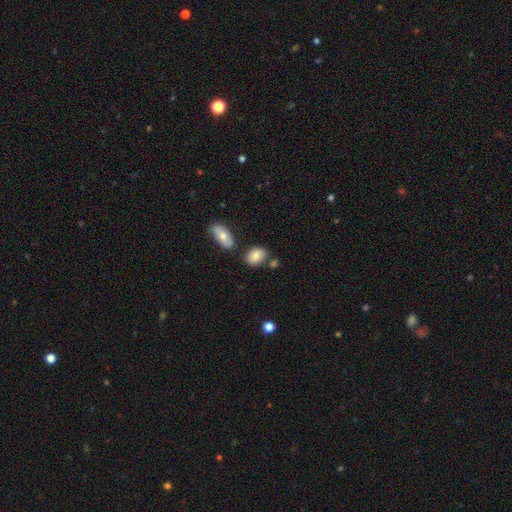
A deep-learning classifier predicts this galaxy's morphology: A smooth galaxy with no disk features (82%) that is in between round and cigar-shaped (73%).

Vote fractions:
- Smooth or featured? smooth: 82% / featured or disk: 10% / star or artifact: 8%
- How rounded? in between: 73% / round: 25% / cigar-shaped: 2%
- Merging? none: 69% / minor disturbance: 15% / merger: 13% / major disturbance: 4%